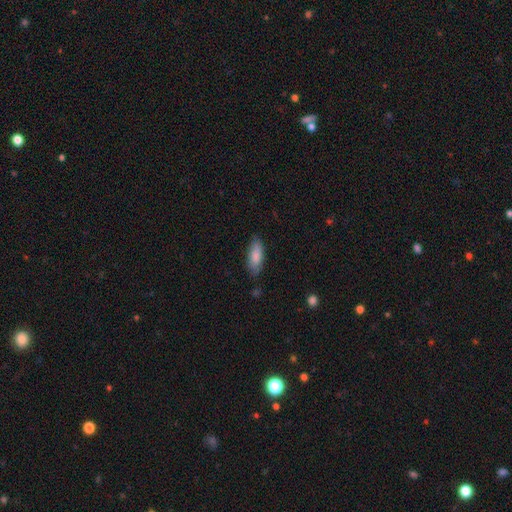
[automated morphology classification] A smooth galaxy with no disk features (84%) that is in between round and cigar-shaped (75%).

Vote fractions:
- Smooth or featured? smooth: 84% / featured or disk: 10% / star or artifact: 6%
- How rounded? in between: 75% / cigar-shaped: 23% / round: 2%
- Merging? none: 77% / minor disturbance: 18% / major disturbance: 3% / merger: 2%